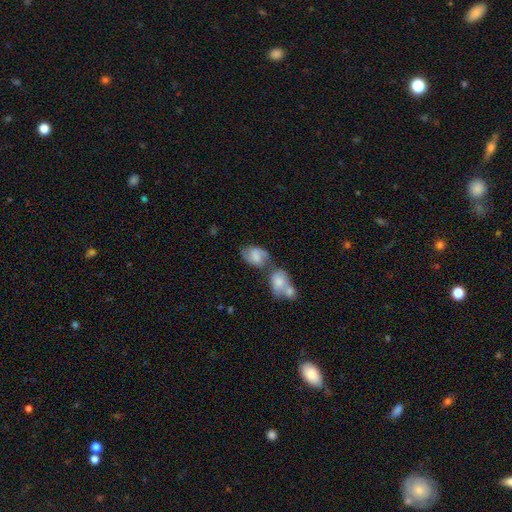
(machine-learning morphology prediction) This is possibly a featured or disk galaxy (50%). Merging: marginally merger (38%).